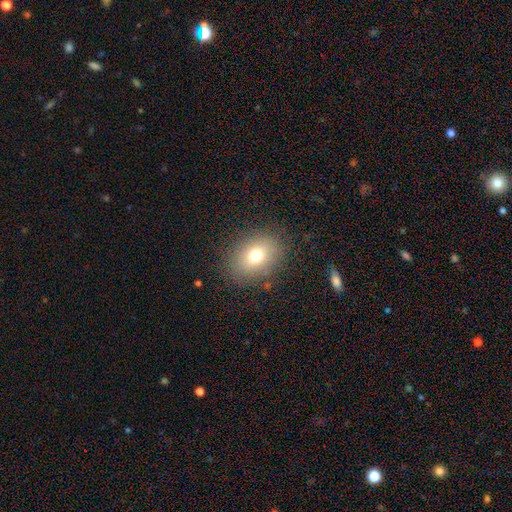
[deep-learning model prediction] smooth 73%, featured or disk 14%, star or artifact 13%. Down the decision tree: how rounded — in between (59%); merging — none (84%).